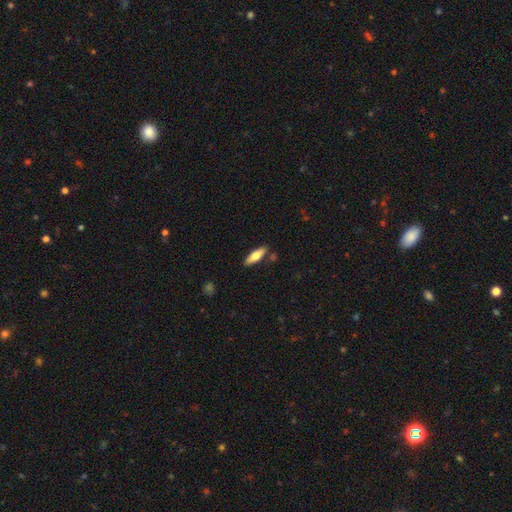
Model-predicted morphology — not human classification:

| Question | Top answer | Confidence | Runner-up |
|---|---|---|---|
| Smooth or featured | smooth | 63% | featured or disk (32%) |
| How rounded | cigar-shaped | 50% | in between (48%) |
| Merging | none | 85% | minor disturbance (10%) |